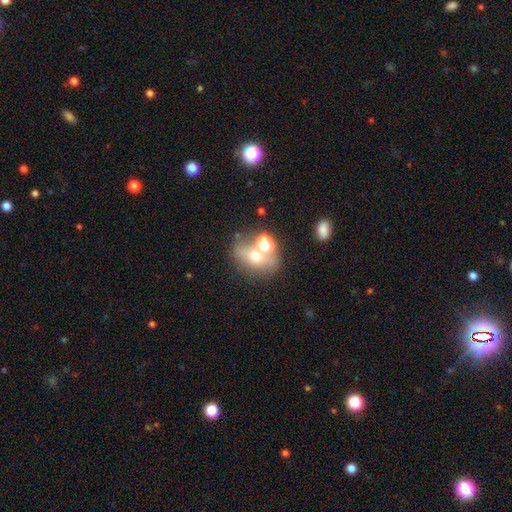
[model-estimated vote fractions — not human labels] Smooth or featured: smooth — 56% (featured or disk — 26%)
How rounded: in between — 54% (round — 44%)
Merging: none — 48% (merger — 33%)